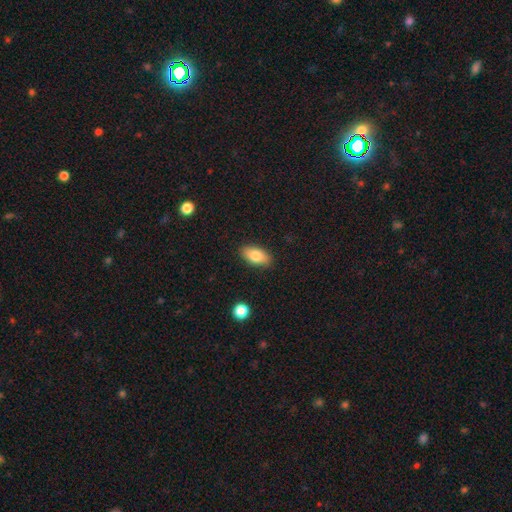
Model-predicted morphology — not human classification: This is clearly a smooth galaxy (80%). How rounded: clearly in between (91%). Merging: clearly none (88%).